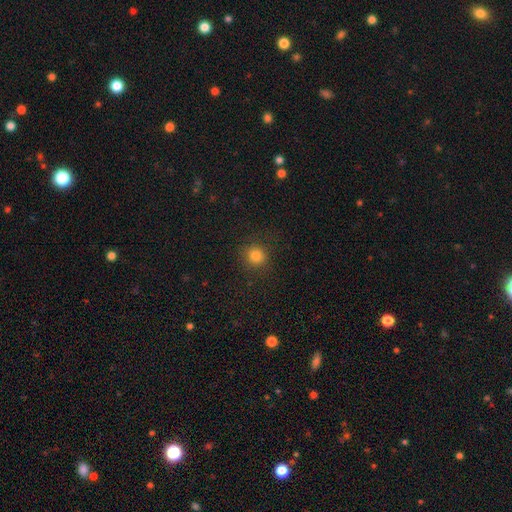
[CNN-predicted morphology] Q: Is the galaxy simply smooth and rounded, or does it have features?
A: smooth — 83%.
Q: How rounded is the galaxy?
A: round — 89%.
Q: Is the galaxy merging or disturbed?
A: none — 88%.